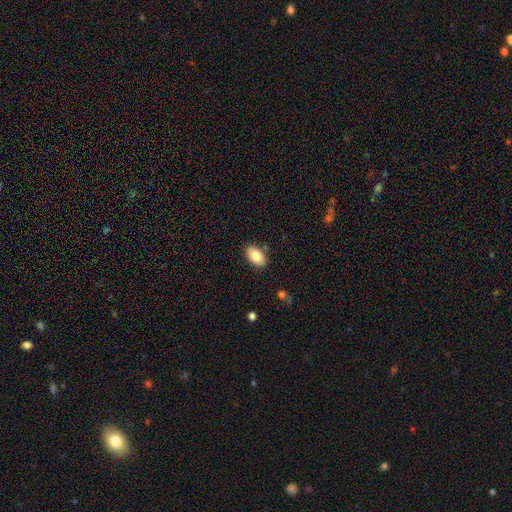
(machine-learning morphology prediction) Smooth or featured: smooth — 86% (star or artifact — 7%)
How rounded: in between — 92% (round — 7%)
Merging: none — 85% (minor disturbance — 11%)